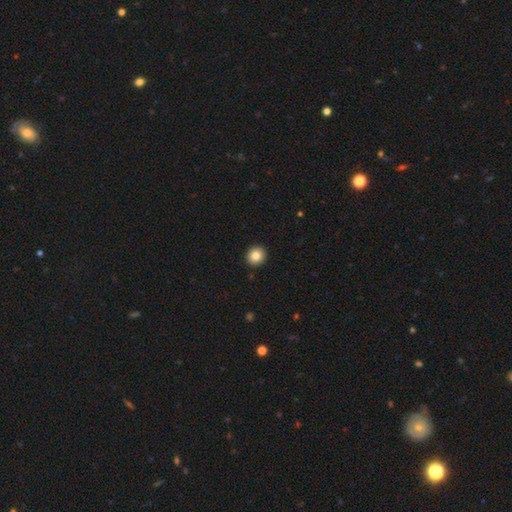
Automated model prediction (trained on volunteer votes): Smooth or featured? smooth (84%)
How rounded? round (89%)
Merging? none (93%)